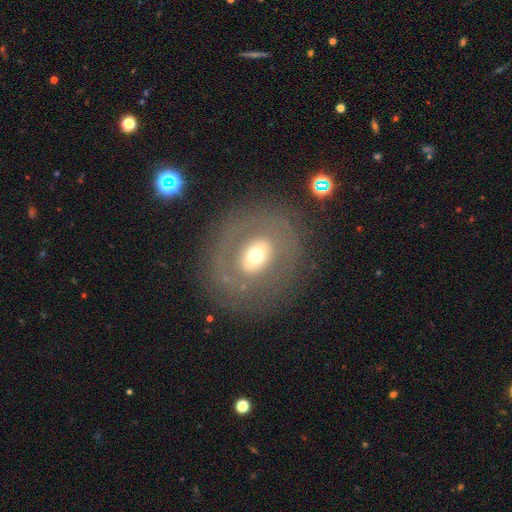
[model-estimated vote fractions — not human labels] featured or disk 50%, smooth 39%, star or artifact 11%. Down the decision tree: edge-on disk — no (93%); merging — none (78%).